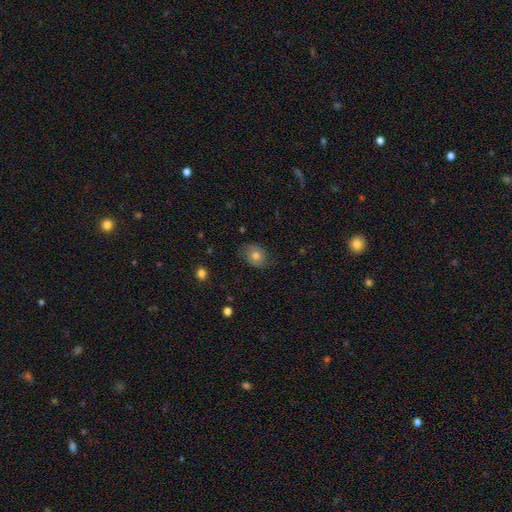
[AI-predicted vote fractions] This appears to be a smooth galaxy with no disk features (57%) that is round (51%). Merging: none (72%).